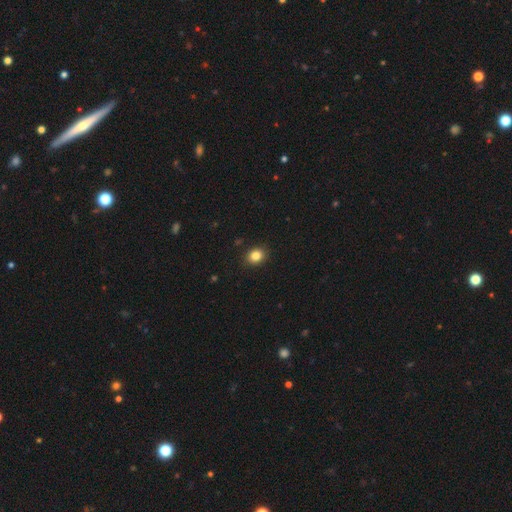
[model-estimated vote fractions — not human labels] A smooth galaxy with no disk features (85%) that is round (59%). Merging: none (90%).